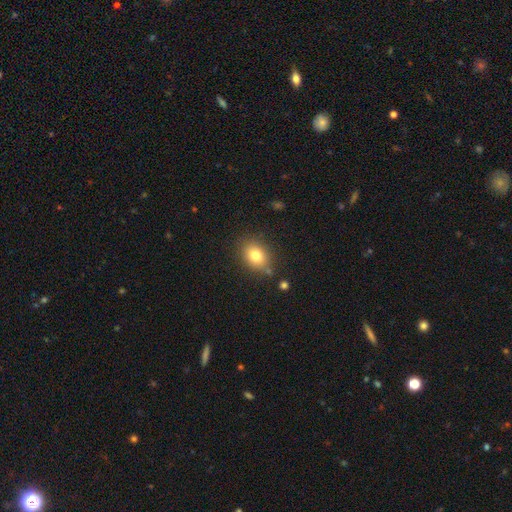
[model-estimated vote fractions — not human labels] smooth 79%, star or artifact 11%, featured or disk 10%. Down the decision tree: how rounded — in between (62%); merging — none (78%).